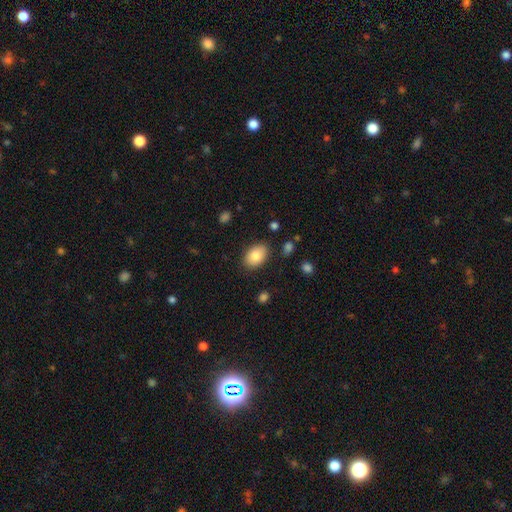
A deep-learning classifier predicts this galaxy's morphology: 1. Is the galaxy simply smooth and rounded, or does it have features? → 83% smooth, 9% featured or disk, 7% star or artifact.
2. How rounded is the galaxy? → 84% in between, 15% round, 1% cigar-shaped.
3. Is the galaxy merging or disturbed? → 84% none, 12% minor disturbance, 3% major disturbance, 2% merger.